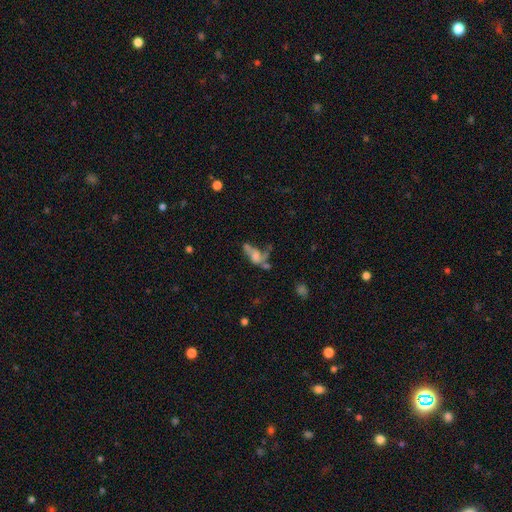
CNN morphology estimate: The model was most divided on "smooth or featured" (2-way tie): featured or disk: 42%, smooth: 42%, star or artifact: 16%. Remaining: merging — merger (34%).